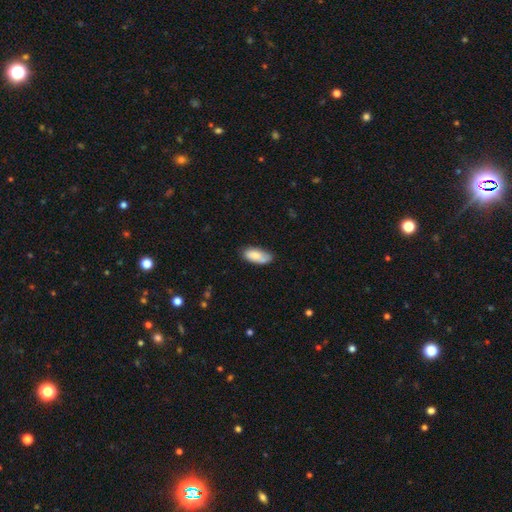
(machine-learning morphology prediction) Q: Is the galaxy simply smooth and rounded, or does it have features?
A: smooth — 80%.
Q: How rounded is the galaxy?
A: in between — 87%.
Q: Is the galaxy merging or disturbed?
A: none — 64%.